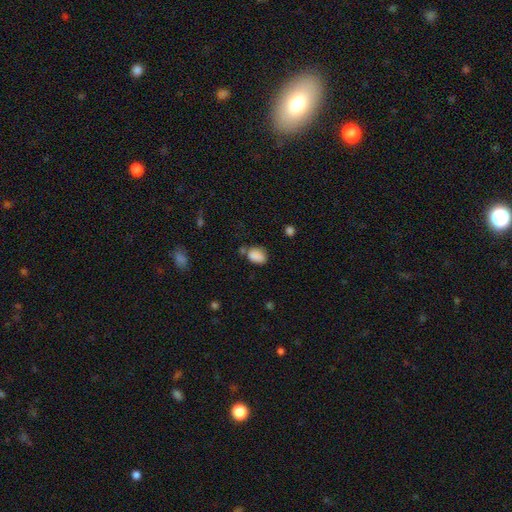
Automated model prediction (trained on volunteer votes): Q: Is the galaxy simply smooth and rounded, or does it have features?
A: smooth — 85%.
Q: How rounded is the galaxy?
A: in between — 73%.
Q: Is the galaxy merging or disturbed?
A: none — 59%.